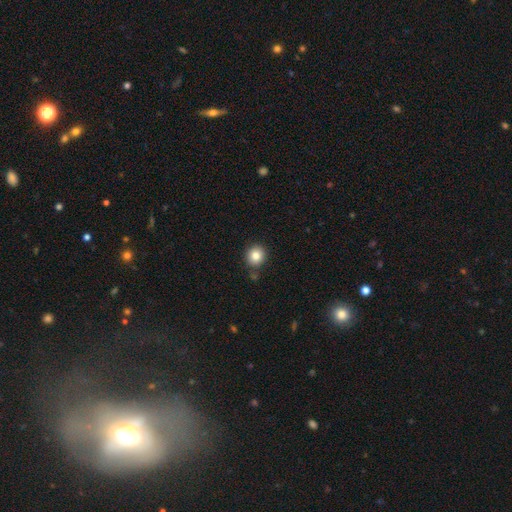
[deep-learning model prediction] This appears to be a smooth galaxy with no disk features (84%) that is round (89%). Merging: none (83%).